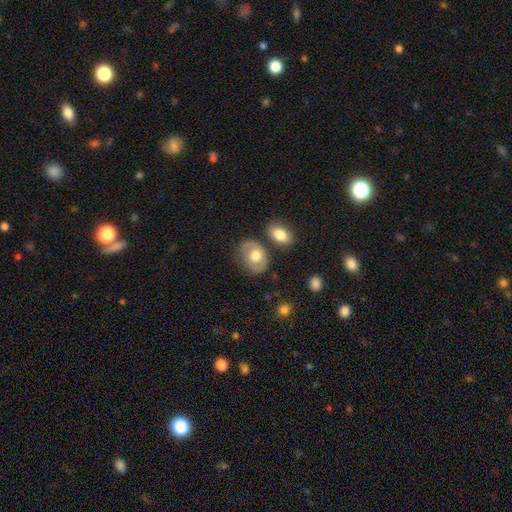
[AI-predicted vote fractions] A smooth galaxy with no disk features (65%) that is in between round and cigar-shaped (73%).

Vote fractions:
- Smooth or featured? smooth: 65% / featured or disk: 28% / star or artifact: 7%
- How rounded? in between: 73% / round: 26% / cigar-shaped: 1%
- Merging? none: 61% / minor disturbance: 21% / merger: 10% / major disturbance: 7%